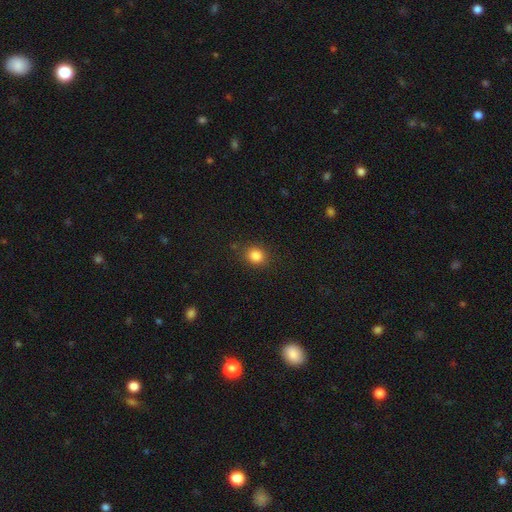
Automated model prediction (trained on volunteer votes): Overall: smooth (85%). How rounded: round (72%). Merging: none (85%).